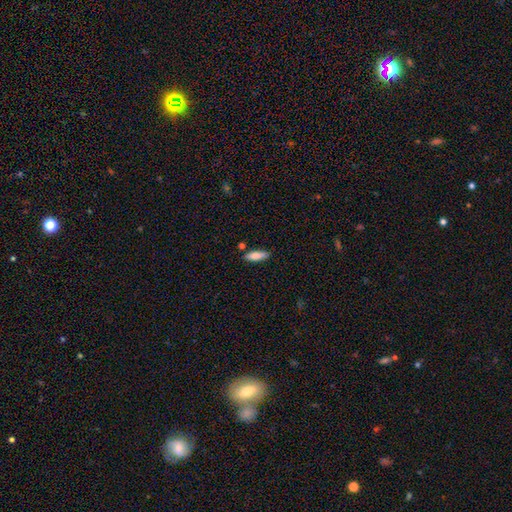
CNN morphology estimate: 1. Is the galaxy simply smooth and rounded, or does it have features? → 81% smooth, 13% featured or disk, 6% star or artifact.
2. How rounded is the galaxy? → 53% in between, 45% cigar-shaped, 2% round.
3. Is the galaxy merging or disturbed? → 82% none, 12% minor disturbance, 4% merger, 2% major disturbance.